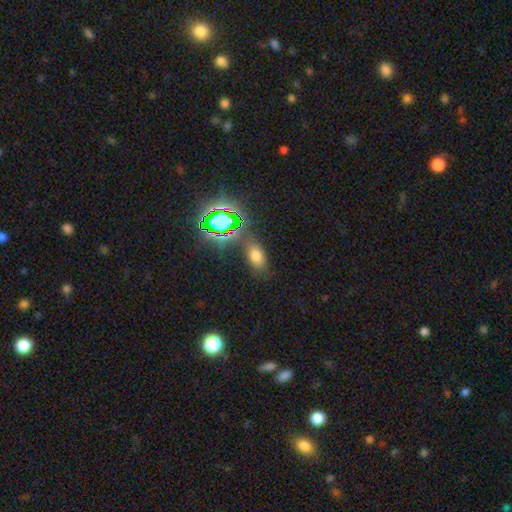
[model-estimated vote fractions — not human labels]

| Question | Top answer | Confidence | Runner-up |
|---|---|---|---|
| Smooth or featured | smooth | 61% | star or artifact (29%) |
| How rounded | in between | 84% | round (12%) |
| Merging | none | 75% | minor disturbance (14%) |